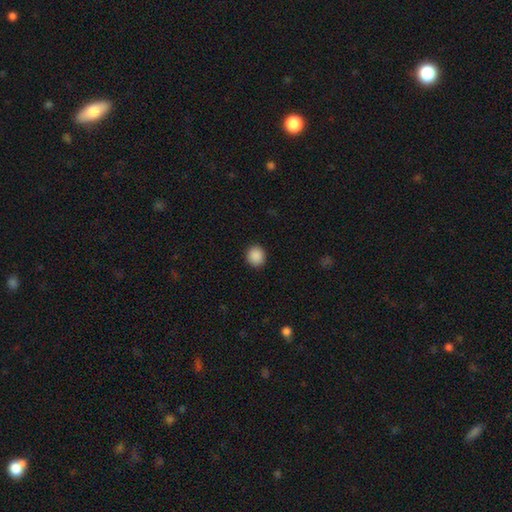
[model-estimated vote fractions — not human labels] A smooth galaxy with no disk features (89%) that is round (88%).

Vote fractions:
- Smooth or featured? smooth: 89% / star or artifact: 9% / featured or disk: 2%
- How rounded? round: 88% / in between: 11% / cigar-shaped: 1%
- Merging? none: 92% / minor disturbance: 5% / major disturbance: 2% / merger: 1%